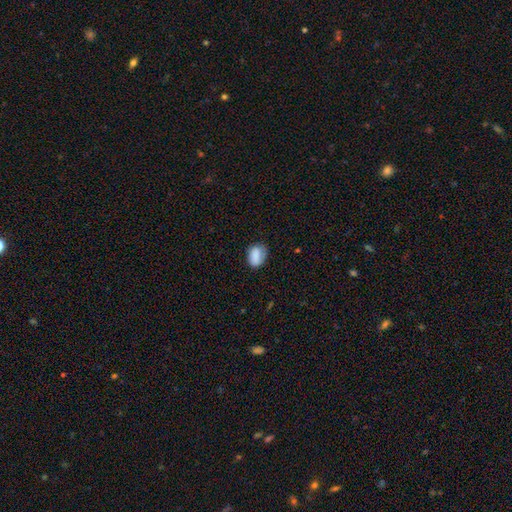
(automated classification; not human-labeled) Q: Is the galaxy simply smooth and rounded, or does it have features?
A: smooth — 83%.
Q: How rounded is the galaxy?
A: in between — 79%.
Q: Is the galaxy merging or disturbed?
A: none — 62%.